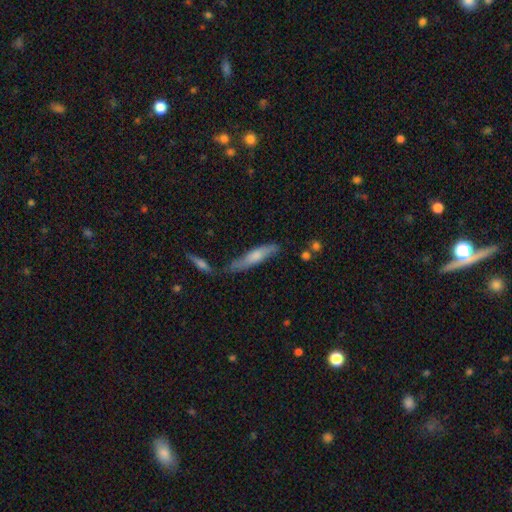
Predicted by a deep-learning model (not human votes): Smooth or featured? Predicted: smooth (p=0.57). How rounded? Predicted: cigar-shaped (p=0.81). Merging? Predicted: none (p=0.61).